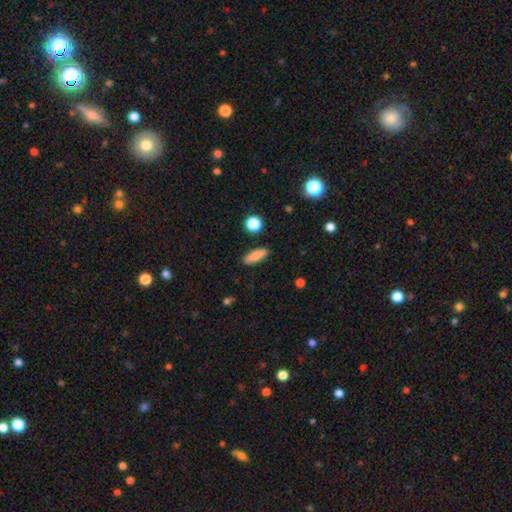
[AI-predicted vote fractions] Q: Smooth or featured?
A: smooth (81%); runner-up: featured or disk (11%)
Q: How rounded?
A: in between (57%); runner-up: cigar-shaped (39%)
Q: Merging?
A: none (88%); runner-up: minor disturbance (9%)